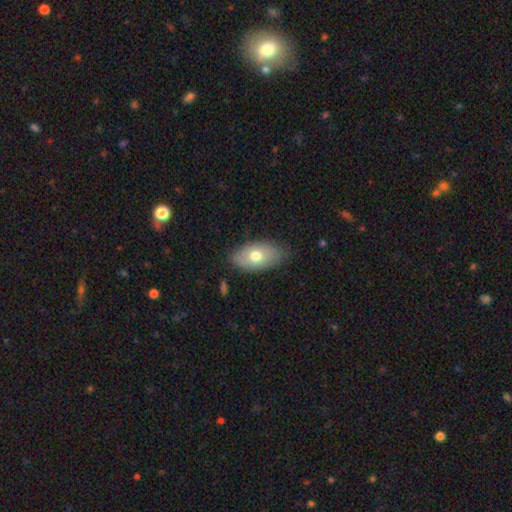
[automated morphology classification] Overall: smooth (68%). How rounded: in between (92%). Merging: none (74%).